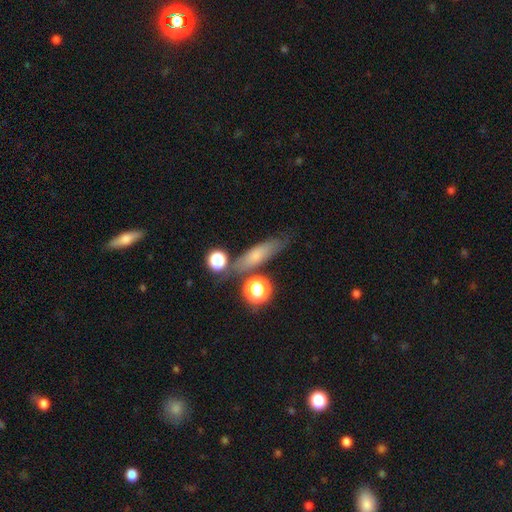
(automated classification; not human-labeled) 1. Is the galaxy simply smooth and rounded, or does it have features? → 65% smooth, 23% featured or disk, 13% star or artifact.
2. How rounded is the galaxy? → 54% cigar-shaped, 35% in between, 11% round.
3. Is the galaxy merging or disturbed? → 68% none, 17% minor disturbance, 9% merger, 7% major disturbance.